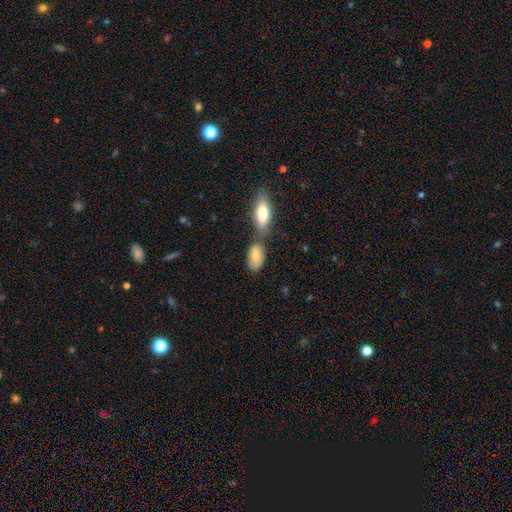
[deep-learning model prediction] Overall: smooth (74%). How rounded: in between (88%). Merging: none (51%; merger 32%).